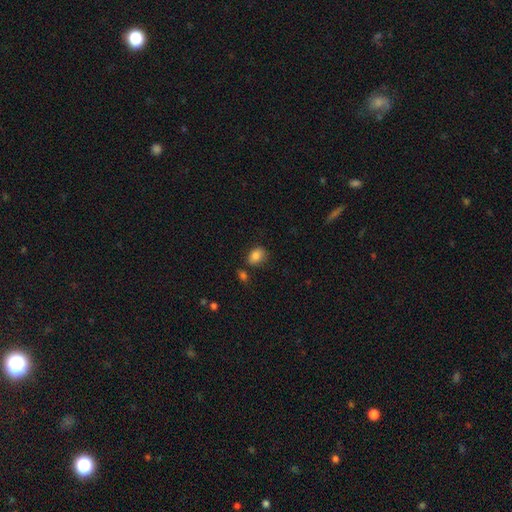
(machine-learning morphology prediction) smooth-or-featured: smooth: 84% | star or artifact: 9% | featured or disk: 7%
  how-rounded: in between: 67% | round: 32% | cigar-shaped: 1%
  merging: none: 70% | minor disturbance: 18% | merger: 8% | major disturbance: 4%